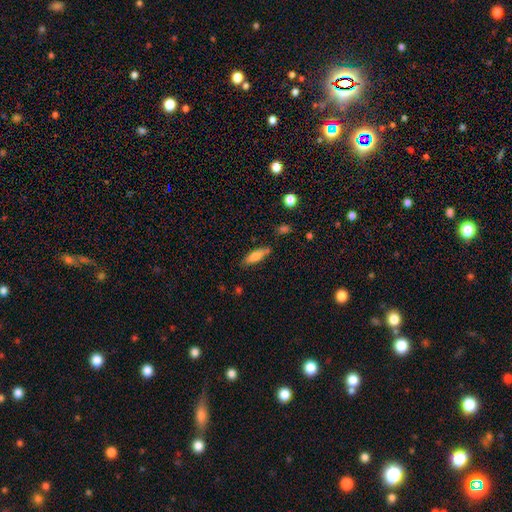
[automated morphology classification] Smooth or featured: smooth — 74% (featured or disk — 19%)
How rounded: cigar-shaped — 53% (in between — 45%)
Merging: none — 78% (minor disturbance — 15%)